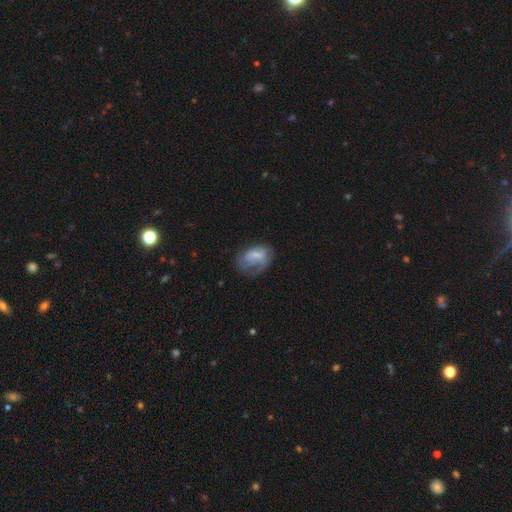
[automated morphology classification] This appears to be a featured or disk galaxy (46%, tied with smooth). Merging: none (36%).